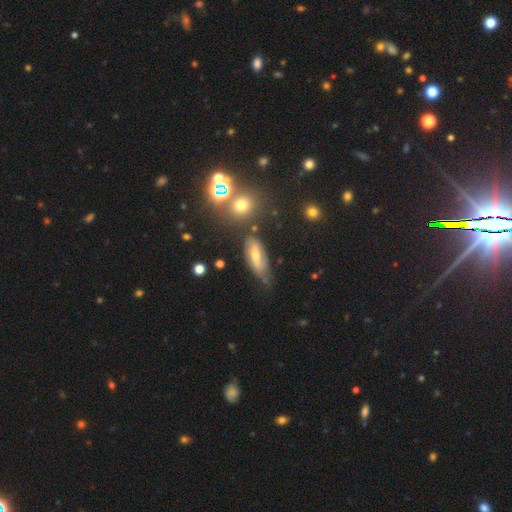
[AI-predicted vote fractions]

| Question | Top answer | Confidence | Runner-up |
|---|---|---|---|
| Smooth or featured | smooth | 45% | featured or disk (44%) |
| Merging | none | 53% | minor disturbance (30%) |